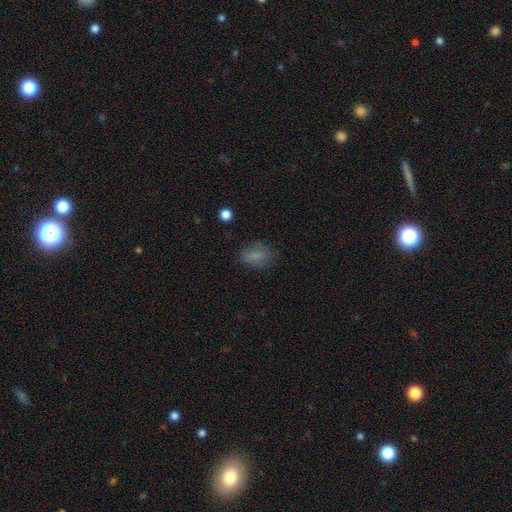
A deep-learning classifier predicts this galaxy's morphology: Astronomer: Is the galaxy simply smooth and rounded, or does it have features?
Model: smooth — 74%.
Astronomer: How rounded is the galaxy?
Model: in between — 78%.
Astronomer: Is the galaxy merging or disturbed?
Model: none — 65%.